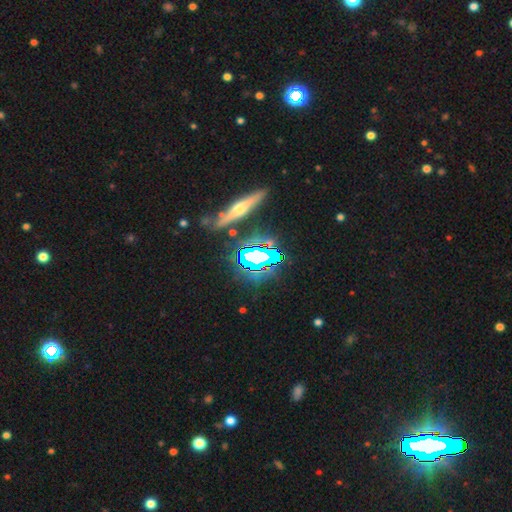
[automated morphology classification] A star or artifact, not a galaxy (56%).

Vote fractions:
- Smooth or featured? star or artifact: 56% / smooth: 22% / featured or disk: 22%